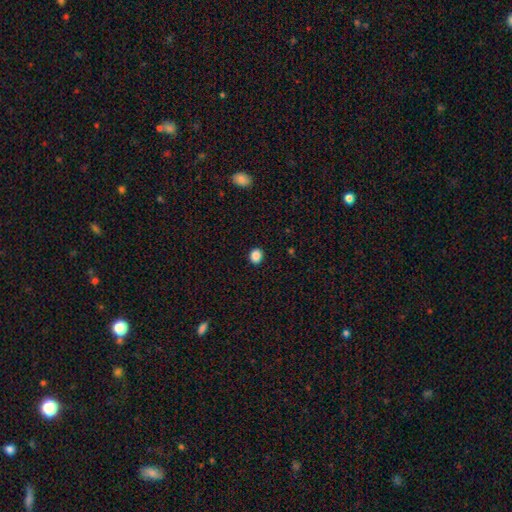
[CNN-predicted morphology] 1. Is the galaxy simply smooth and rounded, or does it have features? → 88% smooth, 10% star or artifact, 3% featured or disk.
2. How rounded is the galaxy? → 69% round, 31% in between, 1% cigar-shaped.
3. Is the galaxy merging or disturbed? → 91% none, 6% minor disturbance, 2% major disturbance, 1% merger.